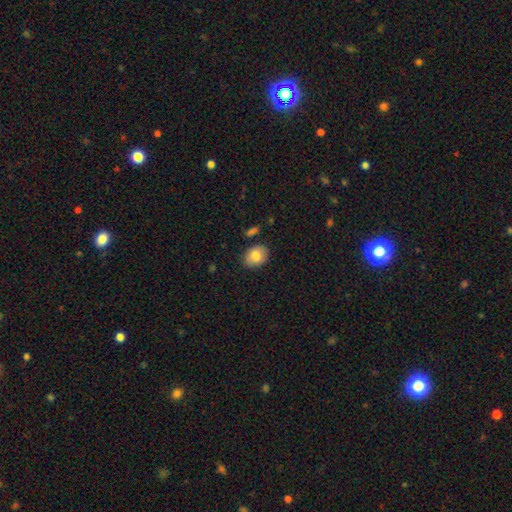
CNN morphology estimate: Q: Smooth or featured?
A: smooth (81%); runner-up: featured or disk (11%)
Q: How rounded?
A: in between (65%); runner-up: round (34%)
Q: Merging?
A: none (84%); runner-up: minor disturbance (11%)